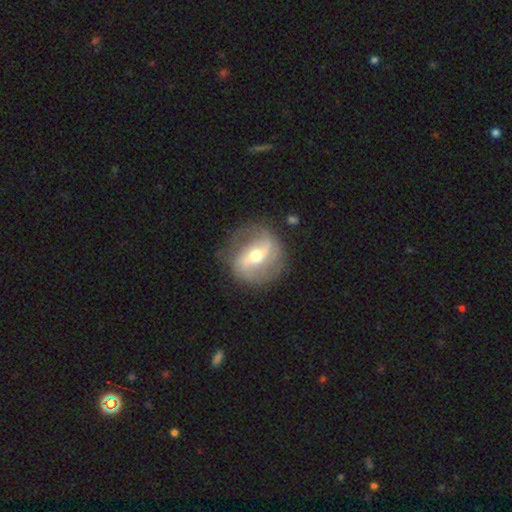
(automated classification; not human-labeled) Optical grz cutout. It shows a featured or disk galaxy (80%) with a strong bar (47%), 2 (84%) medium (40%, tied with loose) spiral arms (88%) and a moderate central bulge (69%). Merging: none (77%).